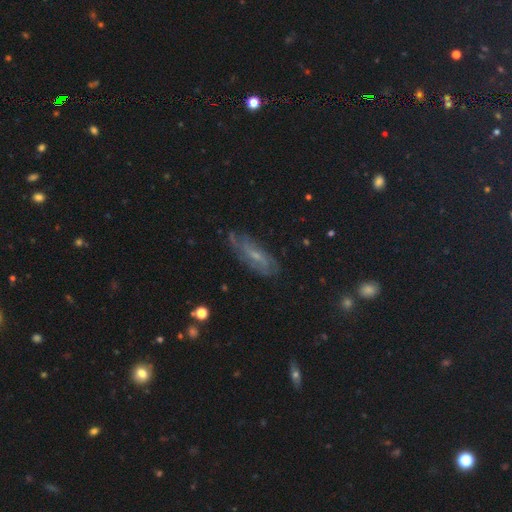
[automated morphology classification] Q: Smooth or featured?
A: featured or disk (63%); runner-up: smooth (26%)
Q: Edge-on disk?
A: no (78%); runner-up: yes (22%)
Q: Merging?
A: none (70%); runner-up: minor disturbance (21%)